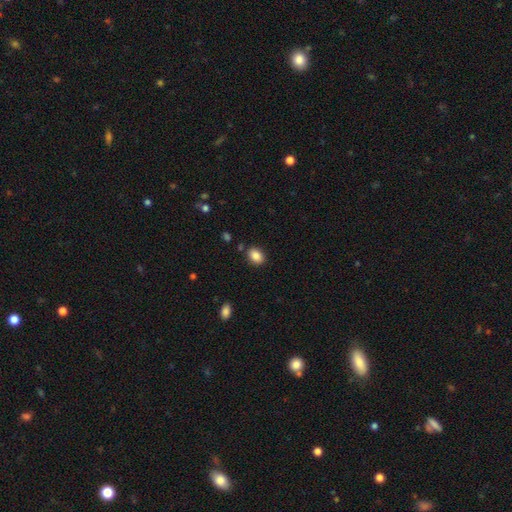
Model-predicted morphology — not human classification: smooth 87%, star or artifact 9%, featured or disk 4%. Down the decision tree: how rounded — in between (71%); merging — none (85%).